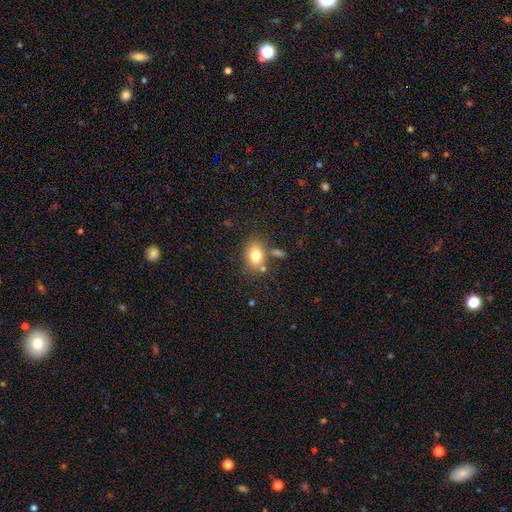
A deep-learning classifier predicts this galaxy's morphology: A smooth galaxy with no disk features (78%) that is in between round and cigar-shaped (70%).

Vote fractions:
- Smooth or featured? smooth: 78% / featured or disk: 12% / star or artifact: 10%
- How rounded? in between: 70% / round: 28% / cigar-shaped: 1%
- Merging? none: 71% / minor disturbance: 15% / merger: 10% / major disturbance: 5%